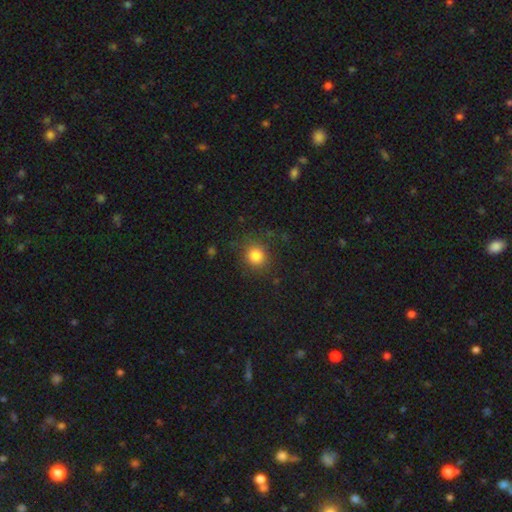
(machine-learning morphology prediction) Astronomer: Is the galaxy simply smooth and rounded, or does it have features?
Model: smooth — 82%.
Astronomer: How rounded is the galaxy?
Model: round — 86%.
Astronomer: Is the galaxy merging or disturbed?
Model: none — 85%.